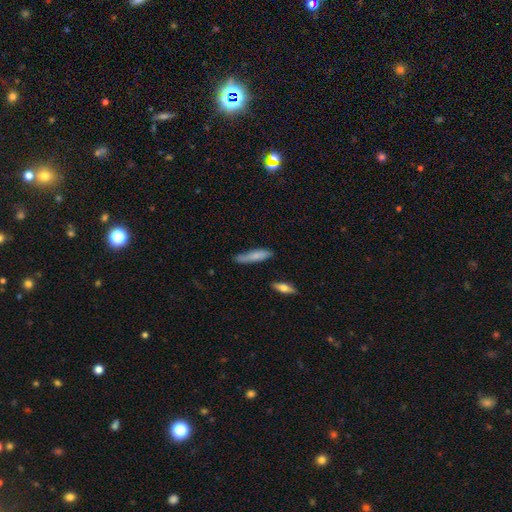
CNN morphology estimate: type=smooth (76%); roundness=cigar-shaped (78%); merging=none (67%).